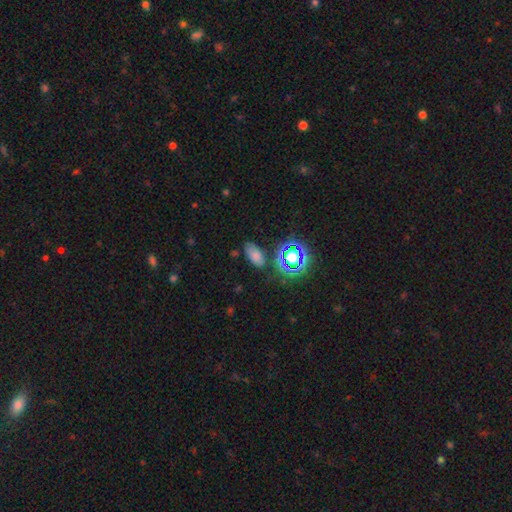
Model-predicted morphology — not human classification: Smooth or featured: smooth — 67% (star or artifact — 24%)
How rounded: in between — 89% (round — 7%)
Merging: none — 75% (minor disturbance — 15%)